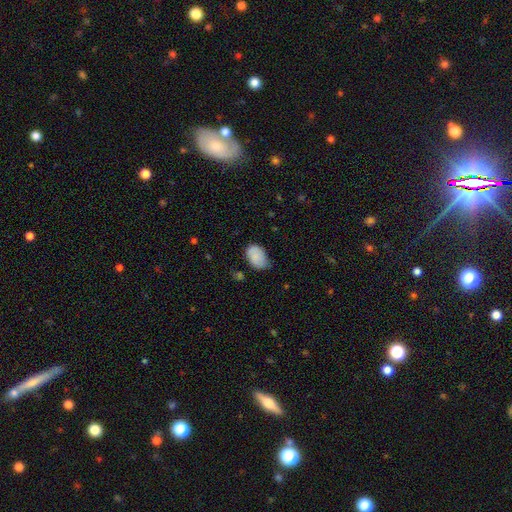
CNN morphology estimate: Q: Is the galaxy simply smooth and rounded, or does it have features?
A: smooth — 86%.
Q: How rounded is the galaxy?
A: in between — 88%.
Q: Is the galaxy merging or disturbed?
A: none — 53%.